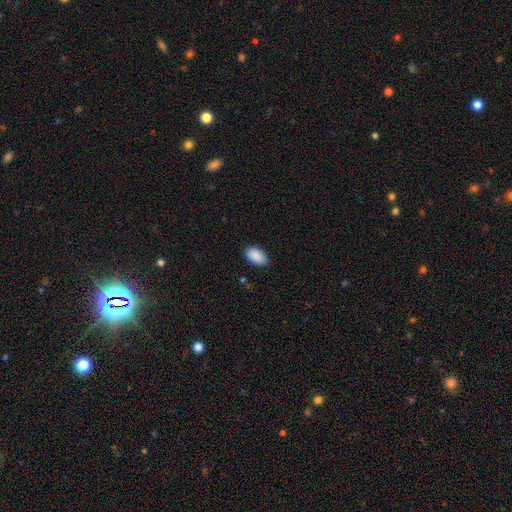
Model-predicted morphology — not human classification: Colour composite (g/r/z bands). It shows a smooth galaxy with no disk features (90%) that is in between round and cigar-shaped (94%). Merging: none (84%).